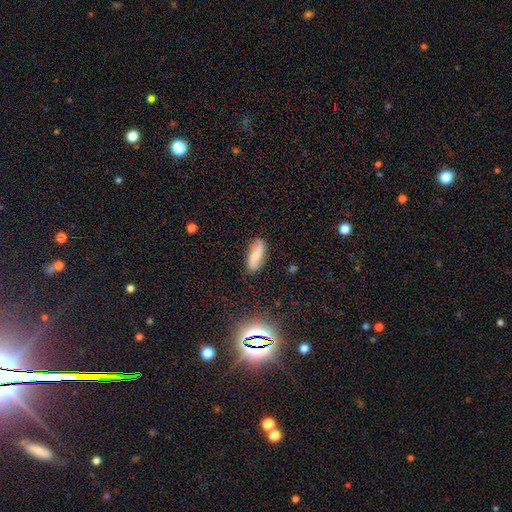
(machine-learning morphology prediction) Smooth or featured? Predicted: smooth (p=0.57). How rounded? Predicted: in between (p=0.68). Merging? Predicted: none (p=0.80).